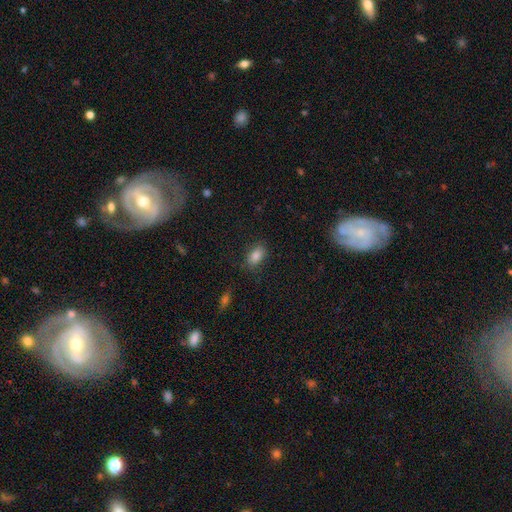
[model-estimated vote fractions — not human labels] Smooth or featured: smooth — 84% (star or artifact — 10%)
How rounded: in between — 87% (round — 10%)
Merging: none — 83% (minor disturbance — 12%)